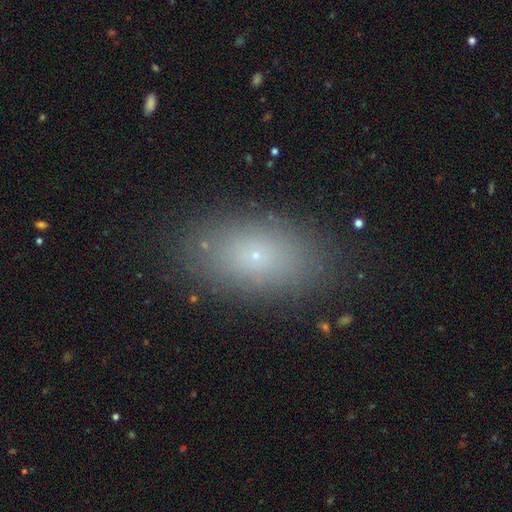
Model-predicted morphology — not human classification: Smooth or featured? Predicted: smooth (p=0.70). How rounded? Predicted: in between (p=0.88). Merging? Predicted: none (p=0.86).